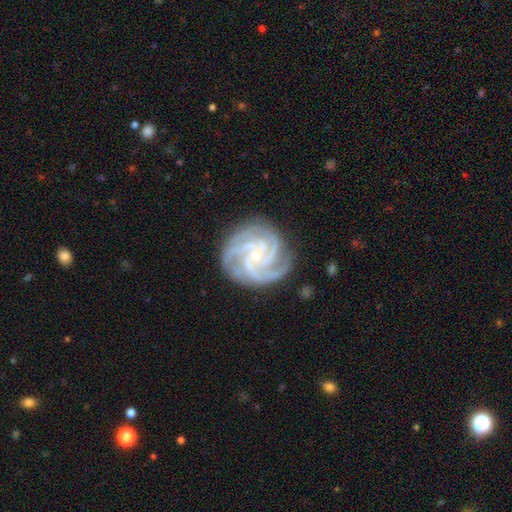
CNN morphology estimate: This appears to be a featured or disk galaxy (92%) with no bar (64%), 4 (48%) tight (69%) spiral arms (99%) and a small central bulge (76%). Merging: none (81%).